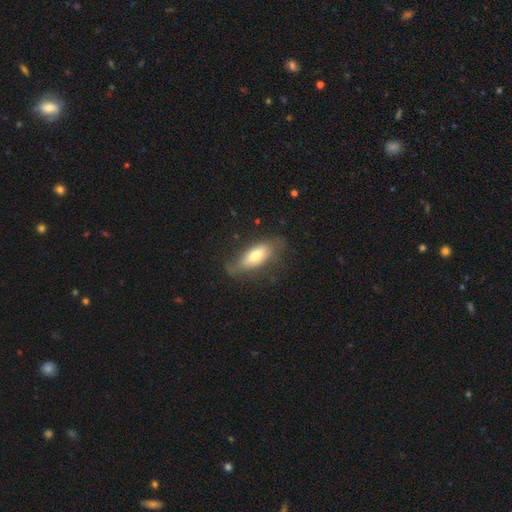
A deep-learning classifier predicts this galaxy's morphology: type=smooth (62%); roundness=in between (66%); merging=none (61%).